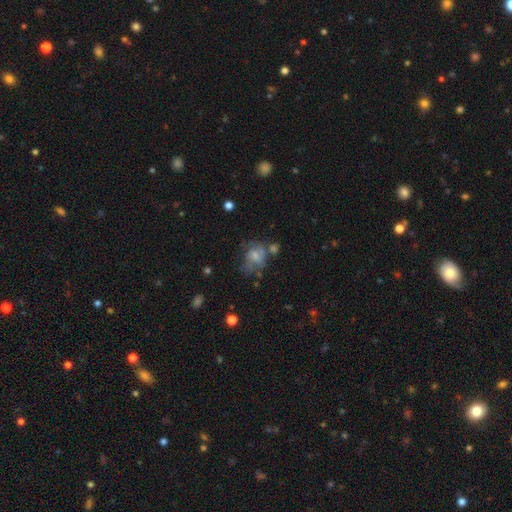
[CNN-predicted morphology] smooth_or_featured: featured or disk (p=0.47) [alt: smooth p=0.42]
merging: none (p=0.34) [alt: major disturbance p=0.26]